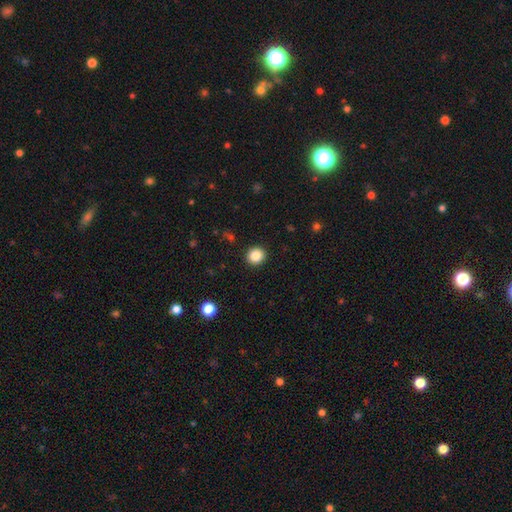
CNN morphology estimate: Smooth or featured: smooth — 85% (star or artifact — 11%)
How rounded: round — 91% (in between — 9%)
Merging: none — 92% (minor disturbance — 5%)